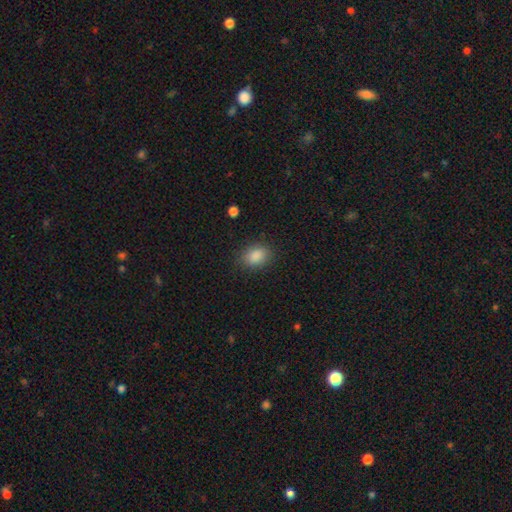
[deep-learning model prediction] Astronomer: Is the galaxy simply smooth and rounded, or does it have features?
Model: smooth — 86%.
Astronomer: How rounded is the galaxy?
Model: in between — 74%.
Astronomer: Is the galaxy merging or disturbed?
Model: none — 86%.